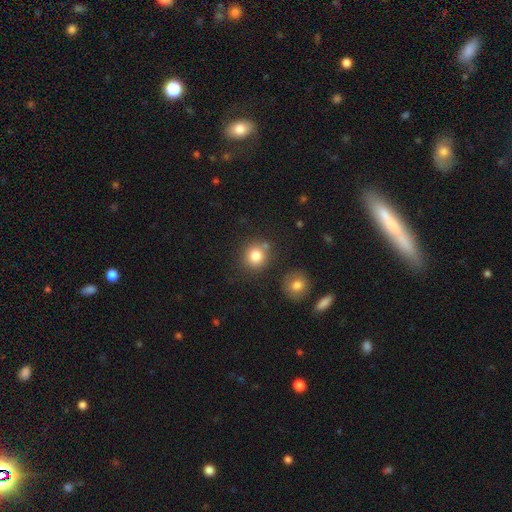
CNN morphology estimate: Smooth or featured? Predicted: smooth (p=0.82). How rounded? Predicted: round (p=0.87). Merging? Predicted: none (p=0.75).